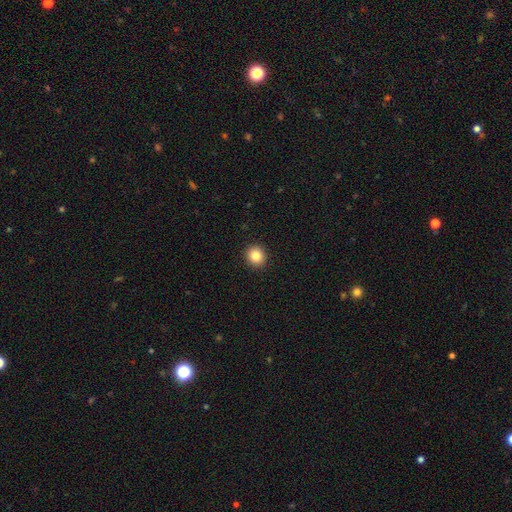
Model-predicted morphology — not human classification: Smooth or featured? Predicted: smooth (p=0.84). How rounded? Predicted: round (p=0.88). Merging? Predicted: none (p=0.93).